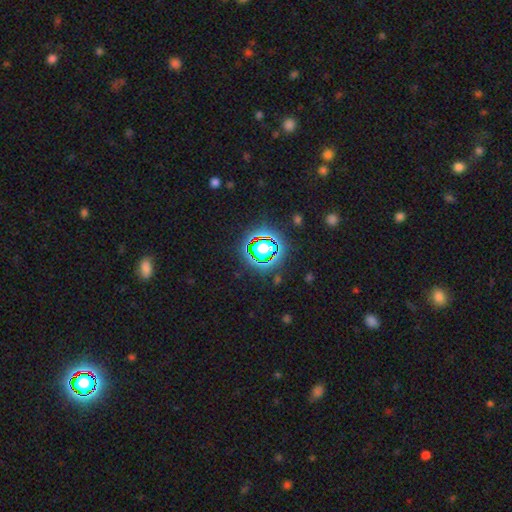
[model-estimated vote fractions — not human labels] Smooth or featured?
  - star or artifact: 74% *
  - smooth: 16%
  - featured or disk: 9%